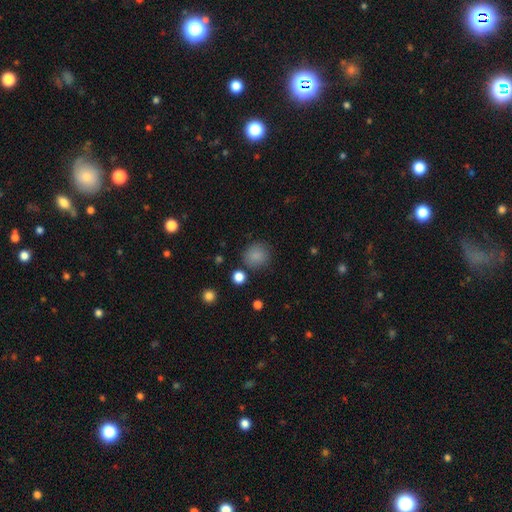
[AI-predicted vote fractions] This appears to be a smooth galaxy with no disk features (85%) that is round (85%). Merging: none (82%).